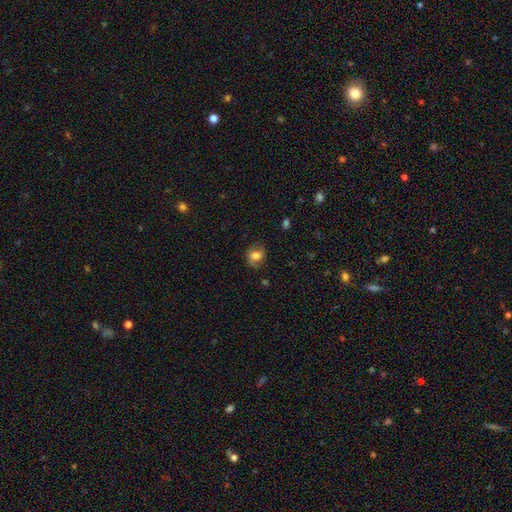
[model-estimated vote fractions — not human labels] Smooth or featured? smooth (73%)
How rounded? in between (51%)
Merging? none (70%)